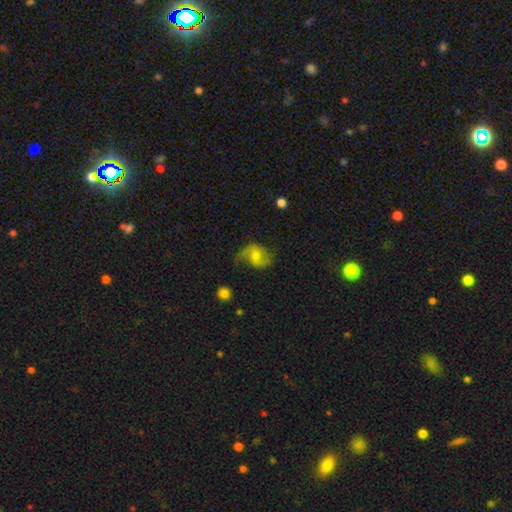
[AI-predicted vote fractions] The model was most divided on "bar" (2-way tie): weak: 44%, no: 44%, strong: 11%. More confident: edge-on disk — no (97%); spiral arms — yes (91%); spiral arm count — 2 (83%); smooth or featured — featured or disk (66%); merging — none (58%); spiral winding — loose (57%); bulge size — moderate (52%).